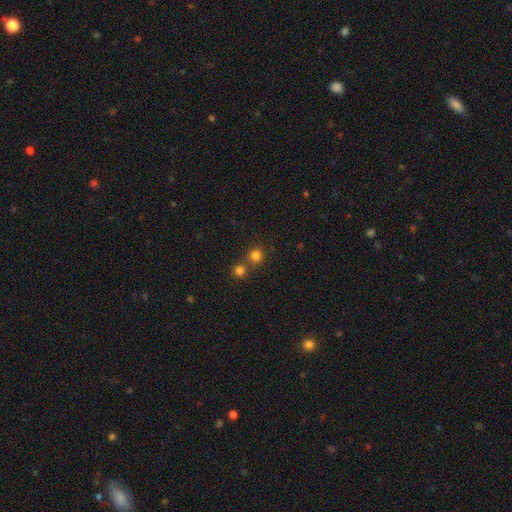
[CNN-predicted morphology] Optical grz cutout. It shows a smooth galaxy with no disk features (79%) that is round (91%). Merging: none (62%).